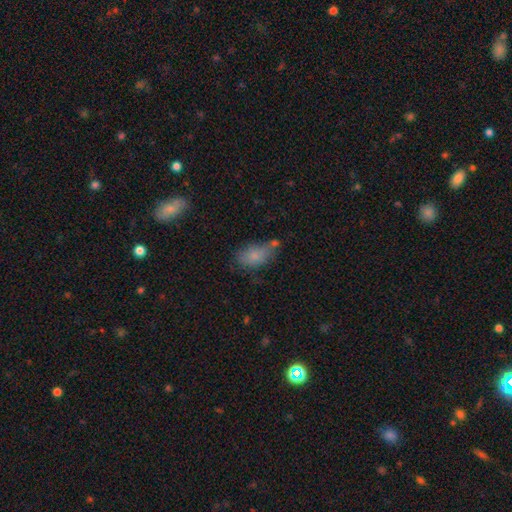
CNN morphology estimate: smooth_or_featured: smooth (p=0.80) [alt: featured or disk p=0.11]
how_rounded: in between (p=0.89) [alt: round p=0.07]
merging: none (p=0.48) [alt: minor disturbance p=0.26]